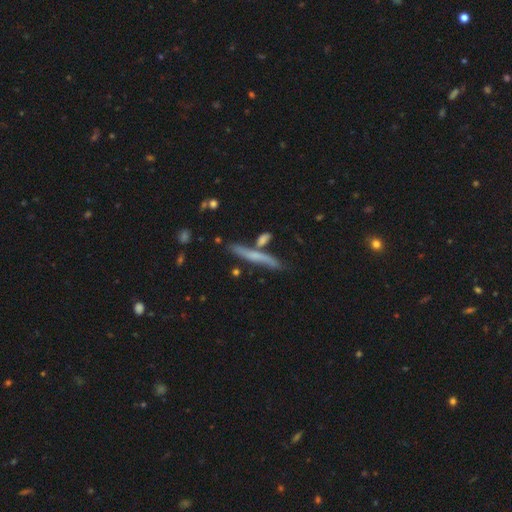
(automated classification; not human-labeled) Overall: smooth (46%, tied with featured or disk). Merging: none (74%).